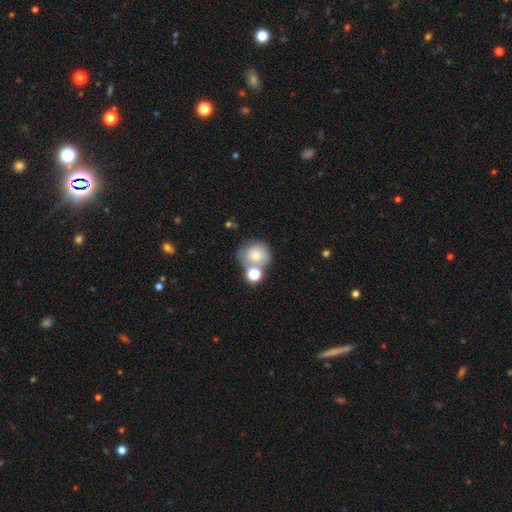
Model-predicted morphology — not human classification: Overall: smooth (77%). How rounded: round (82%). Merging: none (44%; merger 33%).